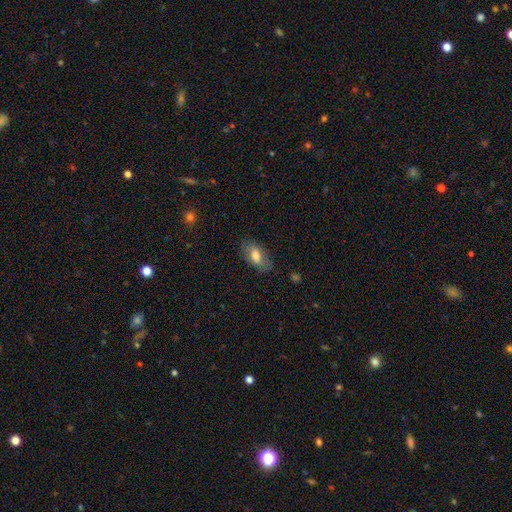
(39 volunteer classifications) Q: Smooth or featured?
A: smooth (74%); runner-up: featured or disk (18%)
Q: How rounded?
A: in between (97%); runner-up: round (3%)
Q: Merging?
A: none (72%); runner-up: minor disturbance (19%)